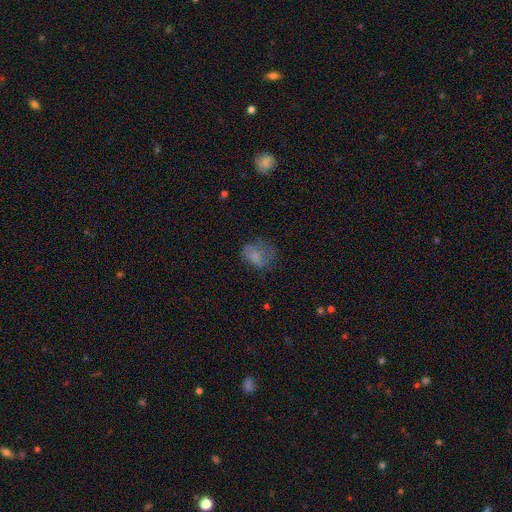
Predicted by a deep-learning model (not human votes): A smooth galaxy with no disk features (65%) that is in between round and cigar-shaped (59%). Merging: none (44%).